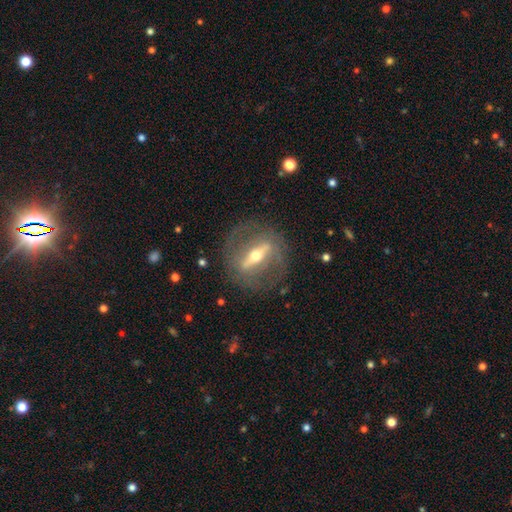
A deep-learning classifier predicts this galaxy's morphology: featured or disk 82%, smooth 12%, star or artifact 6%. Down the decision tree: edge-on disk — no (59%); merging — none (81%).